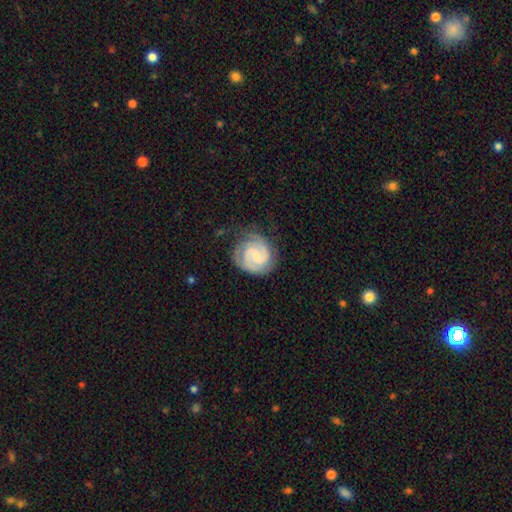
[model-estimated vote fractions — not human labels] Smooth or featured: featured or disk — 86% (smooth — 9%)
Edge-on disk: no — 98% (yes — 2%)
Bar: no — 46% (tied with weak — 46%)
Spiral arms: yes — 98% (no — 2%)
Spiral winding: tight — 67% (medium — 29%)
Spiral arm count: 2 — 75% (3 — 11%)
Bulge size: small — 62% (moderate — 29%)
Merging: none — 75% (minor disturbance — 17%)